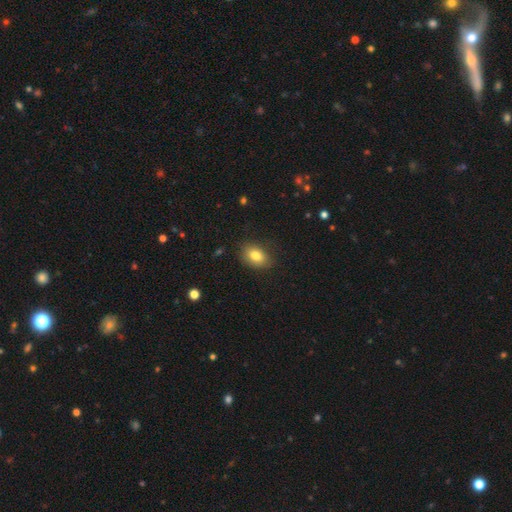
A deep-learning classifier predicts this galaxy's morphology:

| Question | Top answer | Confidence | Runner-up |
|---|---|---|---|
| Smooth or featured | smooth | 81% | featured or disk (10%) |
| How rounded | in between | 79% | round (19%) |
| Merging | none | 83% | minor disturbance (13%) |